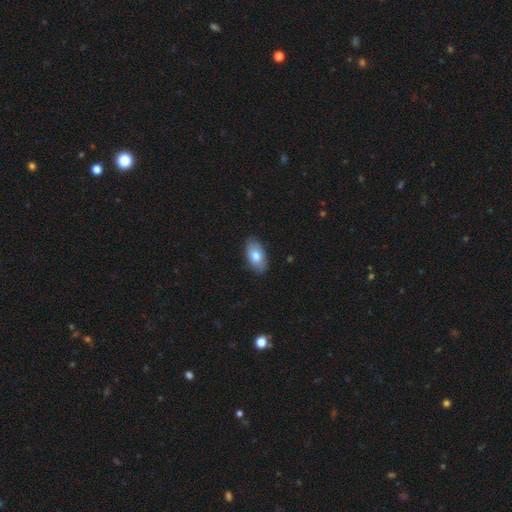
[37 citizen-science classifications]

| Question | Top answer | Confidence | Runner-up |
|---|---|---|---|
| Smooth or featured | smooth | 70% | featured or disk (24%) |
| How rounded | in between | 88% | round (12%) |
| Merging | none | 74% | minor disturbance (20%) |